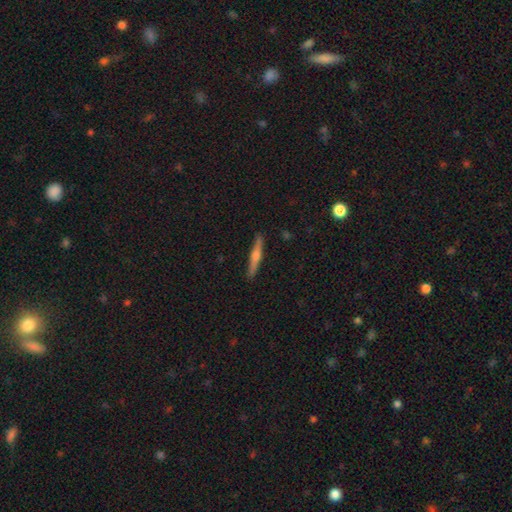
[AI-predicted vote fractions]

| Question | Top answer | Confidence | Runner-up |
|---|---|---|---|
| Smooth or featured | featured or disk | 58% | smooth (36%) |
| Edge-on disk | yes | 98% | no (2%) |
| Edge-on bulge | rounded | 84% | none (9%) |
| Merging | none | 91% | minor disturbance (7%) |